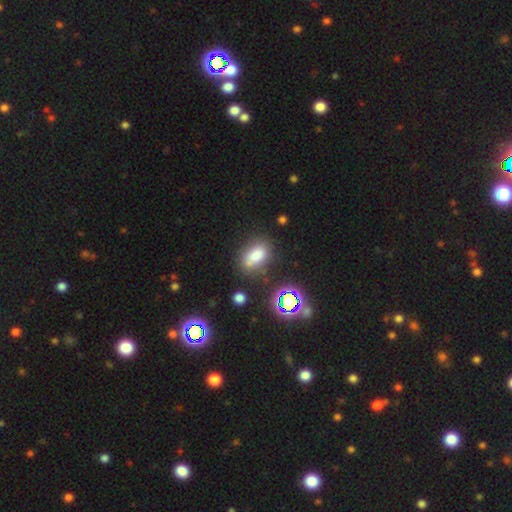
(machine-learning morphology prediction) This appears to be a smooth galaxy with no disk features (73%) that is in between round and cigar-shaped (82%). Merging: none (65%).